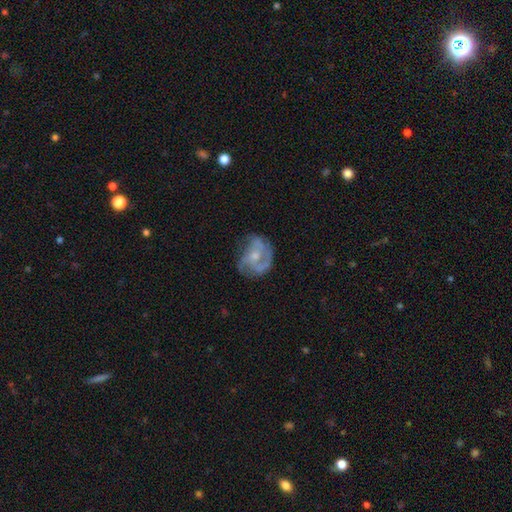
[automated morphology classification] Smooth or featured: featured or disk — 74% (smooth — 19%)
Edge-on disk: no — 98% (yes — 2%)
Bar: no — 71% (weak — 25%)
Spiral arms: yes — 82% (no — 18%)
Spiral winding: medium — 47% (tight — 28%)
Spiral arm count: 2 — 34% (3 — 30%)
Bulge size: small — 46% (moderate — 44%)
Merging: none — 54% (minor disturbance — 25%)